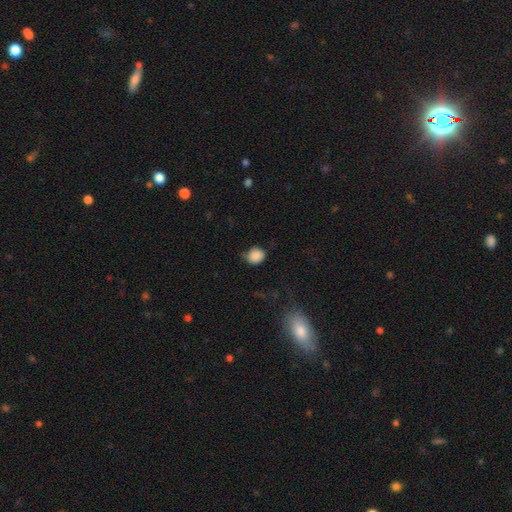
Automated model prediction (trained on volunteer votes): The model was most divided on "merging": none: 66%, minor disturbance: 25%, major disturbance: 7%, merger: 3%. More confident: smooth or featured — smooth (87%); how rounded — round (74%).